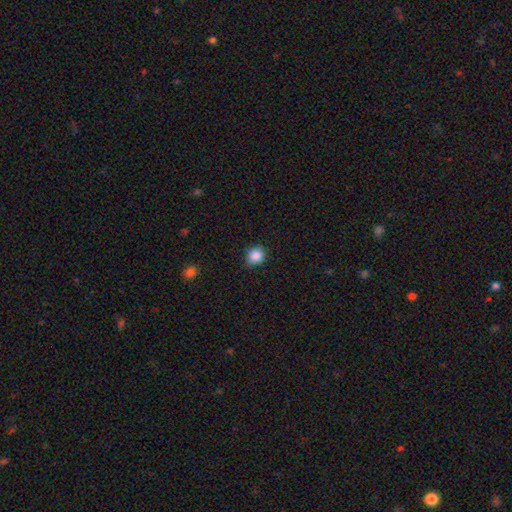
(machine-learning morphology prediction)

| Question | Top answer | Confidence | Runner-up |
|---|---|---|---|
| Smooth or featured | smooth | 87% | star or artifact (10%) |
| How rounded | round | 81% | in between (18%) |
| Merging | none | 78% | minor disturbance (18%) |